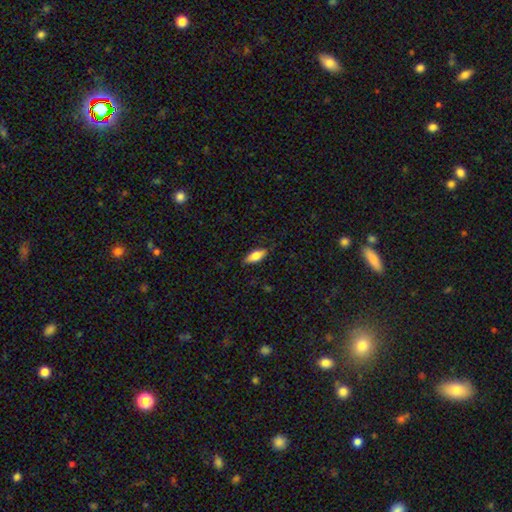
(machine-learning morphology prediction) type=smooth (72%); roundness=in between (73%); merging=none (81%).